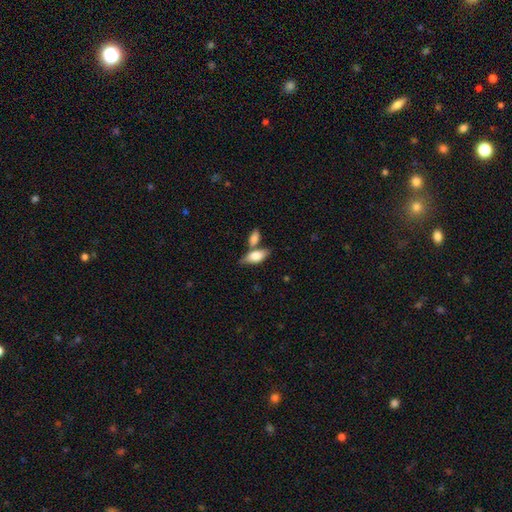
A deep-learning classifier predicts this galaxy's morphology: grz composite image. It shows a smooth galaxy with no disk features (73%) that is in between round and cigar-shaped (83%). Merging: none (50%).